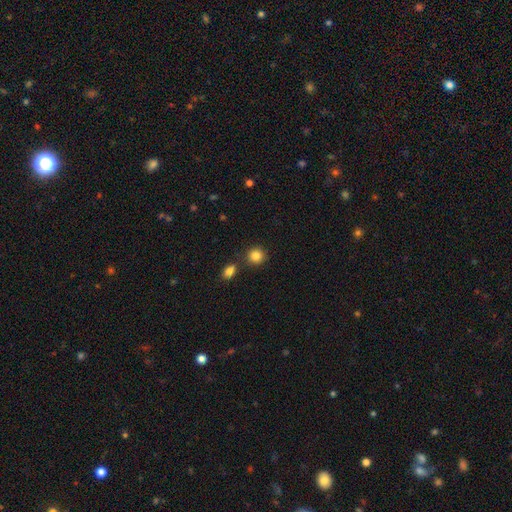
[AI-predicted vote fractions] Overall: smooth (85%). How rounded: round (86%). Merging: none (78%).